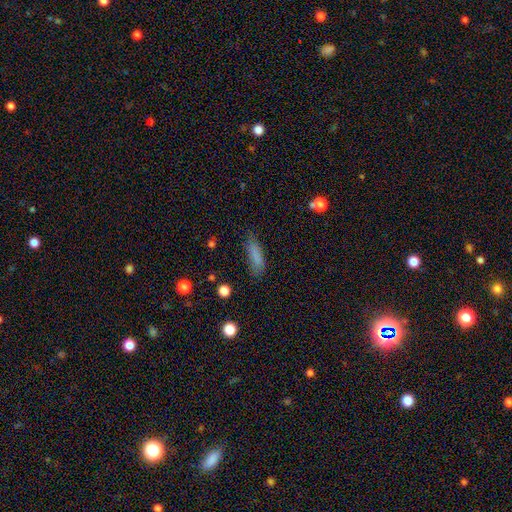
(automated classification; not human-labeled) Smooth or featured? smooth (81%)
How rounded? cigar-shaped (56%)
Merging? none (71%)